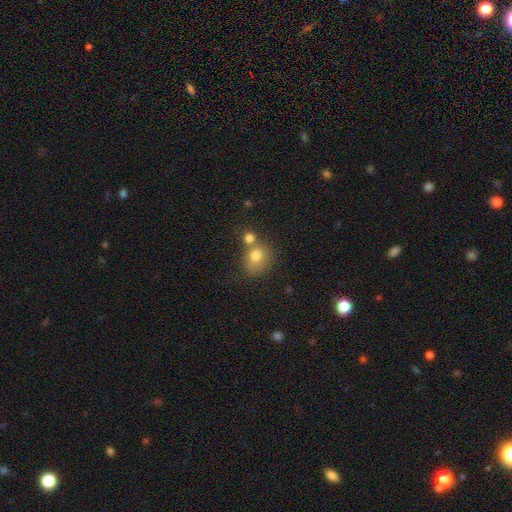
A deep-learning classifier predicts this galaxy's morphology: This is likely a smooth galaxy (77%). How rounded: likely round (69%). Merging: marginally none (45%).